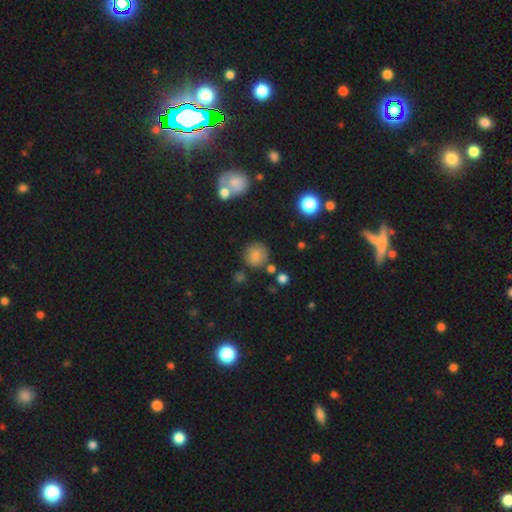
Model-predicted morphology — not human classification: A smooth galaxy with no disk features (79%) that is round (92%). Merging: none (79%).